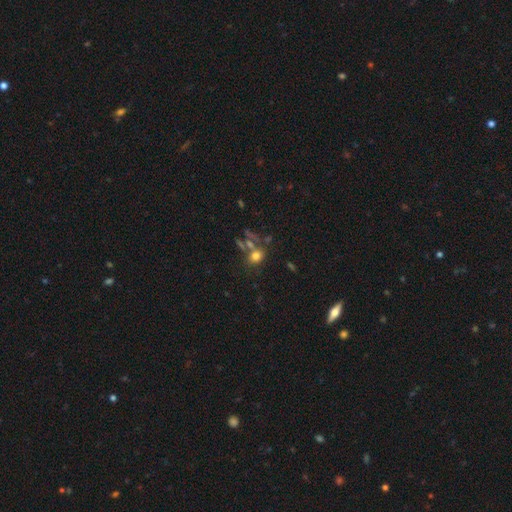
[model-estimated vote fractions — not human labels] A smooth galaxy with no disk features (70%) that is in between round and cigar-shaped (56%).

Vote fractions:
- Smooth or featured? smooth: 70% / star or artifact: 16% / featured or disk: 14%
- How rounded? in between: 56% / round: 42% / cigar-shaped: 2%
- Merging? none: 49% / merger: 29% / minor disturbance: 13% / major disturbance: 9%